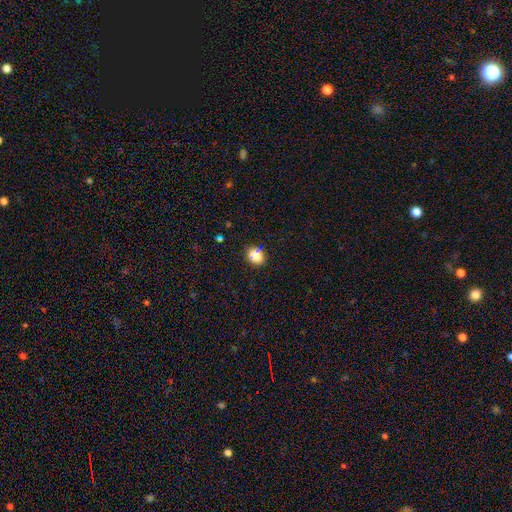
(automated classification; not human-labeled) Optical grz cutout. It shows a smooth galaxy with no disk features (84%) that is in between round and cigar-shaped (54%). Merging: none (83%).